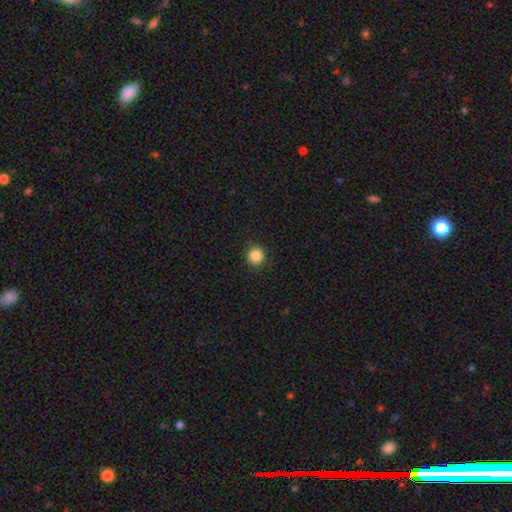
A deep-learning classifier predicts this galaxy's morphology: A smooth galaxy with no disk features (85%) that is round (93%).

Vote fractions:
- Smooth or featured? smooth: 85% / star or artifact: 11% / featured or disk: 4%
- How rounded? round: 93% / in between: 6% / cigar-shaped: 1%
- Merging? none: 92% / minor disturbance: 6% / major disturbance: 2% / merger: 1%